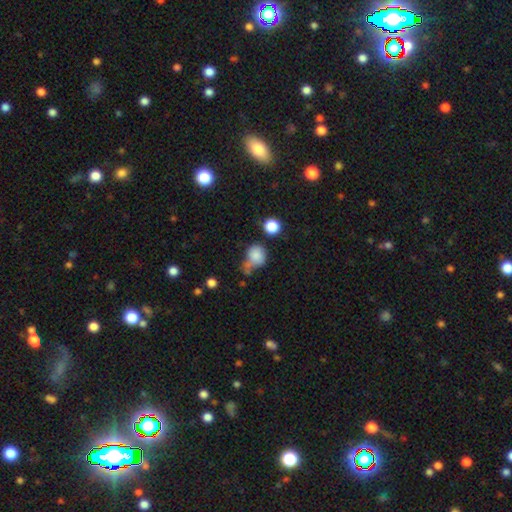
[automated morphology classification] type=smooth (79%); roundness=round (69%); merging=none (32%).